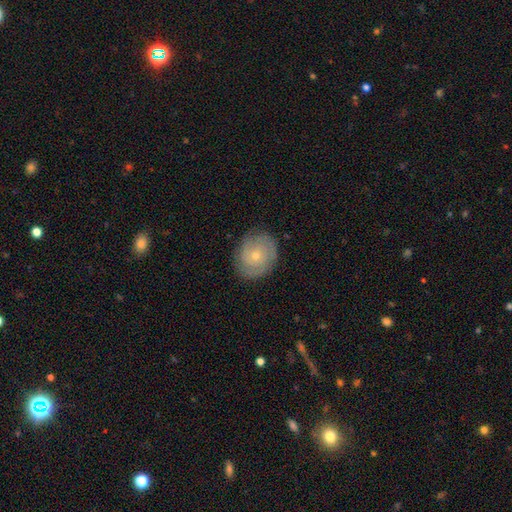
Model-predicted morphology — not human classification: This appears to be a featured or disk galaxy (67%) with no bar (82%), 2 (32%) tight (72%) spiral arms (89%) and a small central bulge (68%). Merging: none (82%).